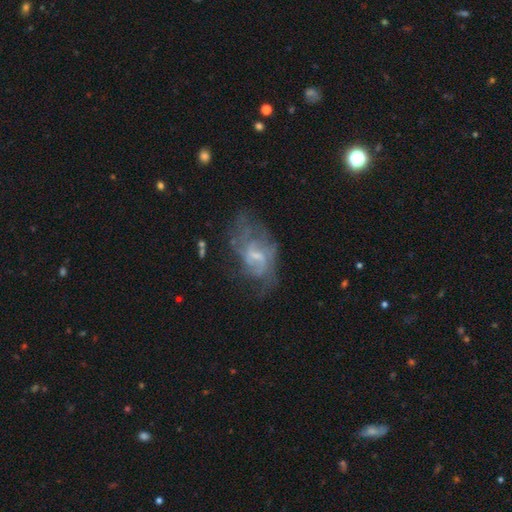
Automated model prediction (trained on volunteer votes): smooth-or-featured: featured or disk: 70% | smooth: 20% | star or artifact: 10%
  disk-edge-on: no: 96% | yes: 4%
    bar: weak: 52% | no: 38% | strong: 10%
    has-spiral-arms: yes: 69% | no: 31%
    bulge-size: small: 50% | moderate: 27% | none: 19% | large: 2% | dominant: 1%
  merging: none: 46% | major disturbance: 27% | minor disturbance: 24% | merger: 3%